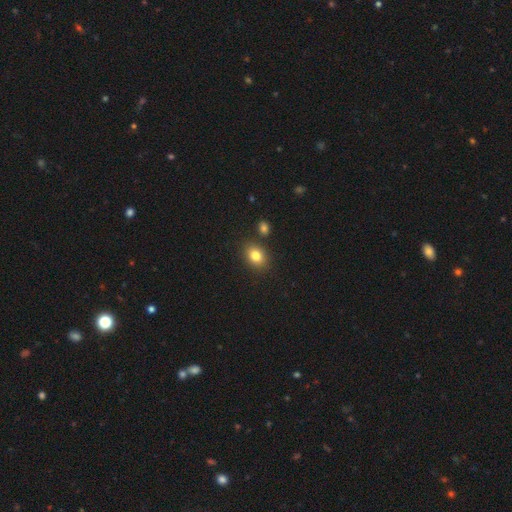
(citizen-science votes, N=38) Smooth or featured? 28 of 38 (74%) said smooth. How rounded? 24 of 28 (86%) said in between. Merging? 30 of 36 (83%) said none.